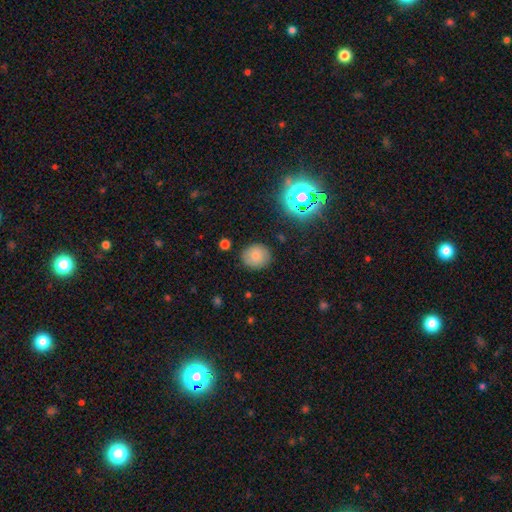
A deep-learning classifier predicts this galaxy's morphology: smooth 77%, star or artifact 13%, featured or disk 10%. Down the decision tree: how rounded — round (80%); merging — none (85%).